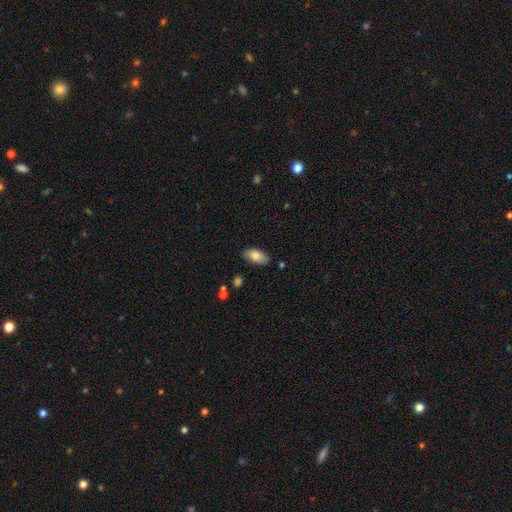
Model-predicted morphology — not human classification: This appears to be a smooth galaxy with no disk features (81%) that is in between round and cigar-shaped (92%). Merging: none (80%).